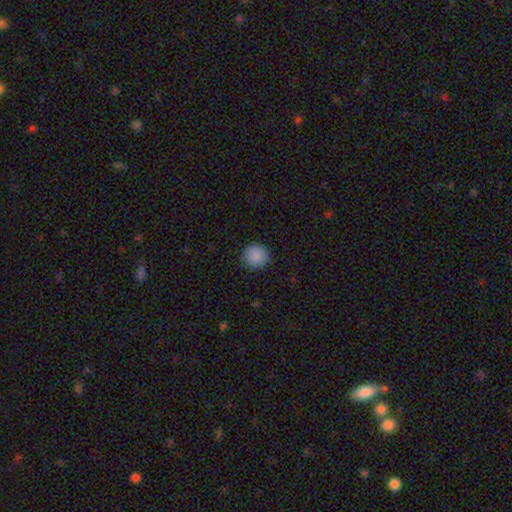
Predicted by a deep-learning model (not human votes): This is clearly a smooth galaxy (88%). How rounded: clearly round (91%). Merging: clearly none (89%).